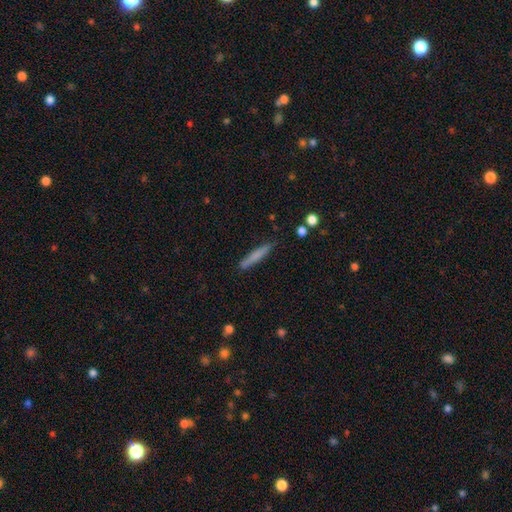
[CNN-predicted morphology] Smooth or featured: smooth — 72% (featured or disk — 21%)
How rounded: cigar-shaped — 94% (in between — 4%)
Merging: none — 86% (minor disturbance — 10%)